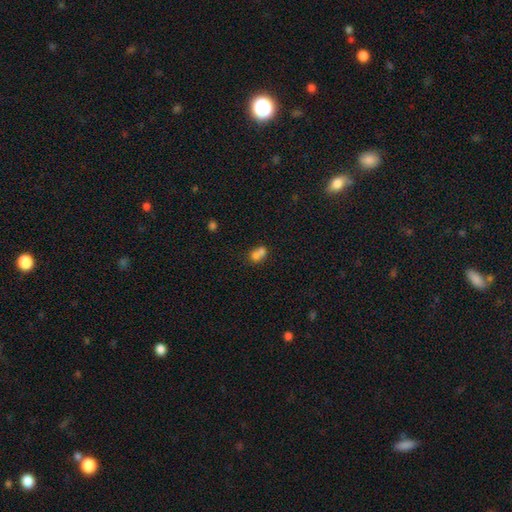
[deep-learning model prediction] Smooth or featured: smooth — 71% (featured or disk — 17%)
How rounded: in between — 50% (round — 48%)
Merging: merger — 65% (none — 24%)